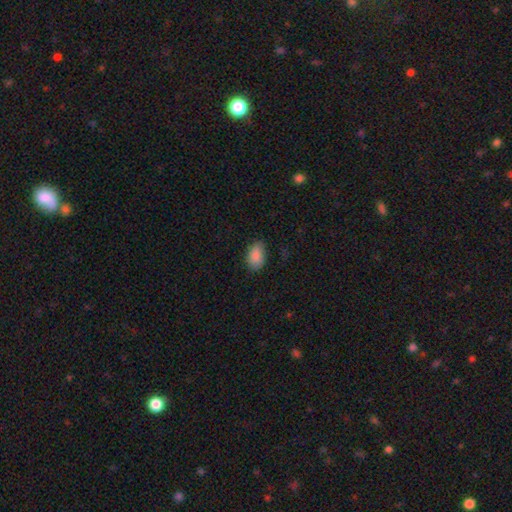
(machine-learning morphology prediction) The model was most divided on "merging": none: 77%, minor disturbance: 18%, major disturbance: 4%, merger: 1%. More confident: how rounded — in between (90%); smooth or featured — smooth (88%).